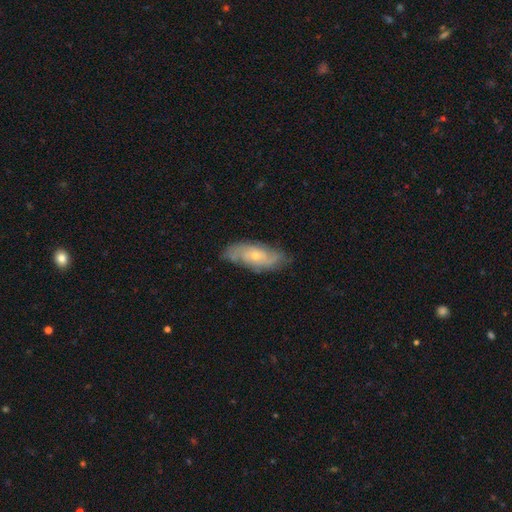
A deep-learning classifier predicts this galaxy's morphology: Smooth or featured: featured or disk — 72% (smooth — 22%)
Edge-on disk: no — 90% (yes — 10%)
Bar: no — 74% (weak — 22%)
Spiral arms: yes — 90% (no — 10%)
Spiral winding: tight — 47% (medium — 38%)
Spiral arm count: 2 — 44% (can't tell — 31%)
Bulge size: small — 63% (moderate — 34%)
Merging: none — 75% (minor disturbance — 19%)